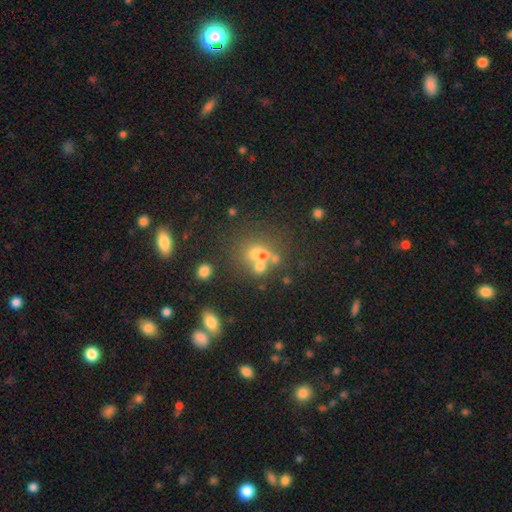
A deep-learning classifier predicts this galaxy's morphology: This is possibly a smooth galaxy (45%). Merging: possibly none (52%).